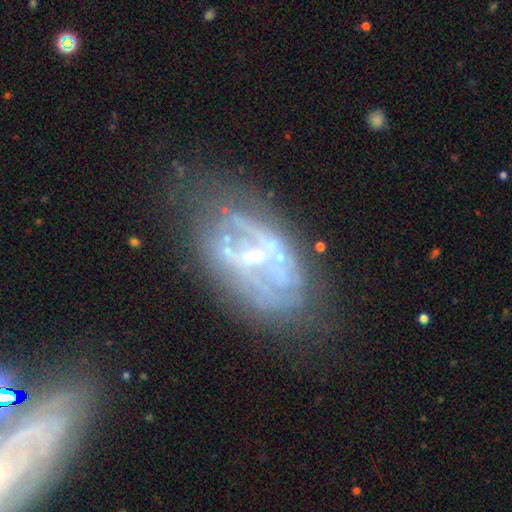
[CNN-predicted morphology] This is likely a featured or disk galaxy (75%). It is clearly not viewed edge-on (93%). Bar: marginally no (42%). Spiral arm pattern: possibly no (57%). Central bulge: possibly small (48%). Merging: possibly none (50%).